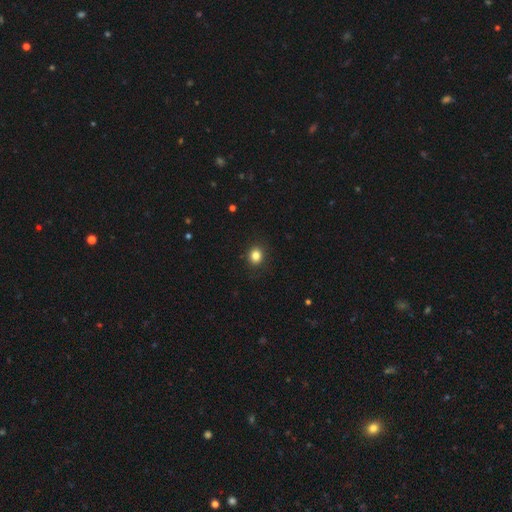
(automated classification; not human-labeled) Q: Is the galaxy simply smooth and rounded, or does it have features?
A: smooth — 84%.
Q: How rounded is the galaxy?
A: round — 71%.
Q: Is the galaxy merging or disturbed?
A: none — 89%.